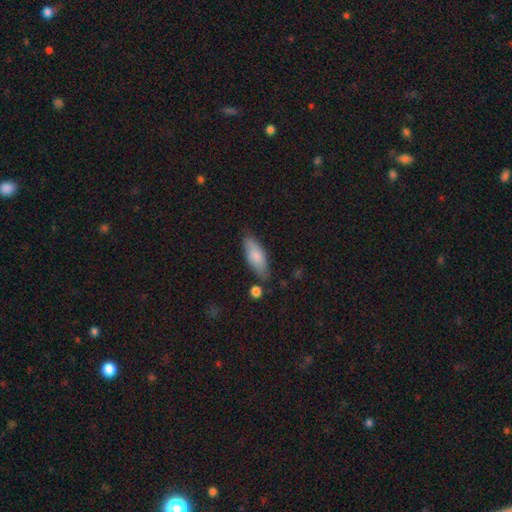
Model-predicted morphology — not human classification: type=smooth (76%); roundness=in between (73%); merging=none (70%).